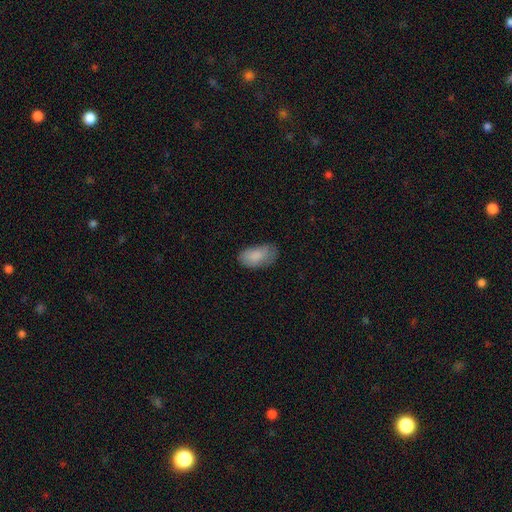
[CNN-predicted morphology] smooth_or_featured: smooth (p=0.84) [alt: featured or disk p=0.09]
how_rounded: in between (p=0.94) [alt: round p=0.04]
merging: none (p=0.55) [alt: minor disturbance p=0.33]